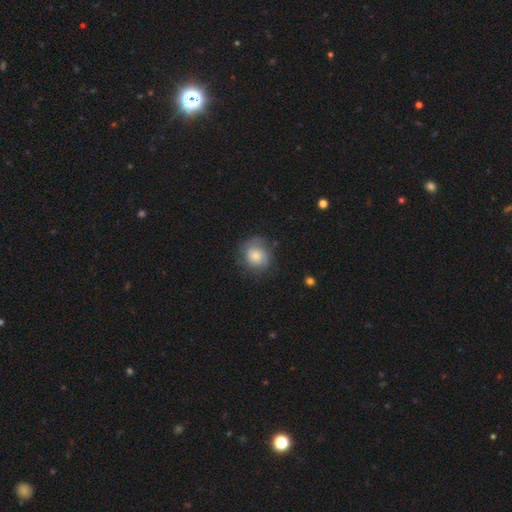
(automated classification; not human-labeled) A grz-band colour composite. It shows a smooth galaxy with no disk features (66%) that is round (83%). Merging: none (69%).